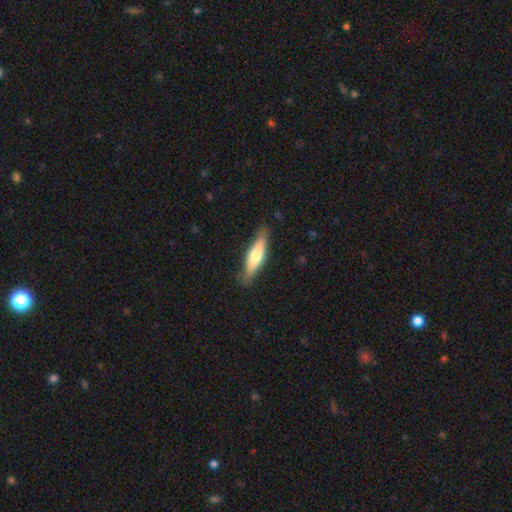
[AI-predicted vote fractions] This appears to be a smooth galaxy with no disk features (56%) that is cigar-shaped (65%). Merging: none (84%).